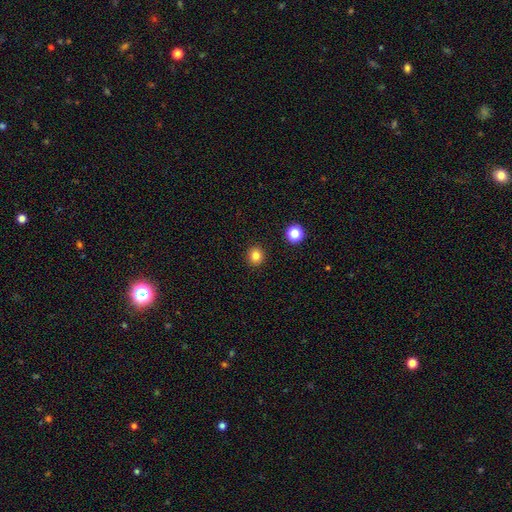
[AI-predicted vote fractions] A smooth galaxy with no disk features (82%) that is round (88%).

Vote fractions:
- Smooth or featured? smooth: 82% / star or artifact: 12% / featured or disk: 6%
- How rounded? round: 88% / in between: 11% / cigar-shaped: 1%
- Merging? none: 92% / minor disturbance: 5% / major disturbance: 2% / merger: 1%